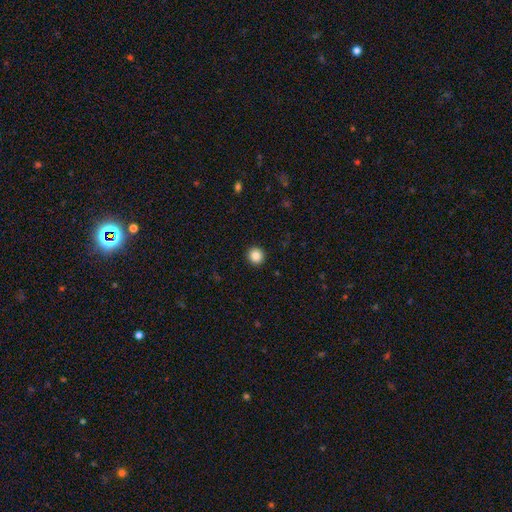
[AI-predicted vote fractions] A smooth galaxy with no disk features (87%) that is round (93%). Merging: none (93%).